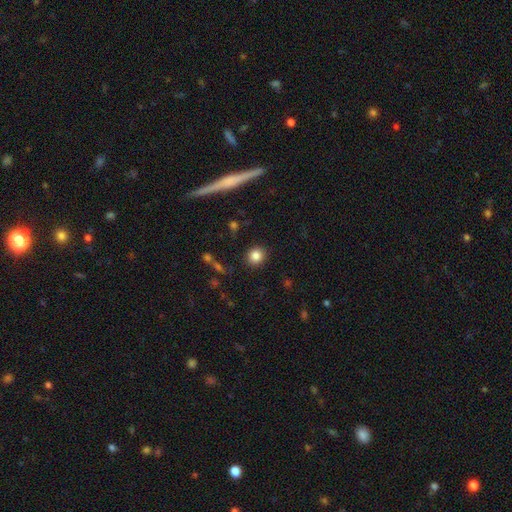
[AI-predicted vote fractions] Morphology: type=smooth (84%); roundness=round (86%); merging=none (90%).